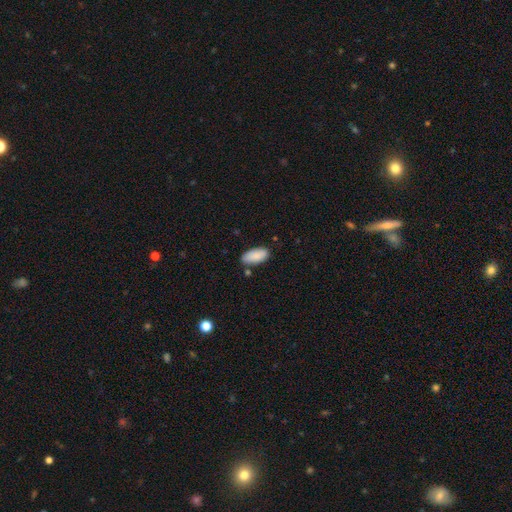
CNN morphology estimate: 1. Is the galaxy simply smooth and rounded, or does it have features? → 88% smooth, 6% star or artifact, 5% featured or disk.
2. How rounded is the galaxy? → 90% in between, 8% cigar-shaped, 2% round.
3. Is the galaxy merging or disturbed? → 79% none, 14% minor disturbance, 5% merger, 3% major disturbance.